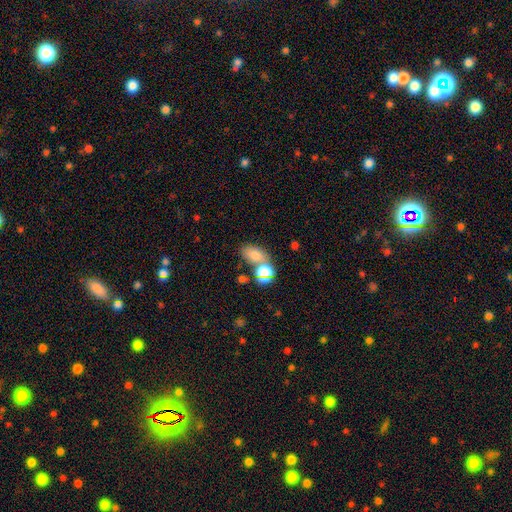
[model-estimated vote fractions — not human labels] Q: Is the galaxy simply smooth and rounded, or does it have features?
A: smooth — 73%.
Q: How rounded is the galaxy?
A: in between — 79%.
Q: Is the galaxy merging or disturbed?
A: none — 50%.